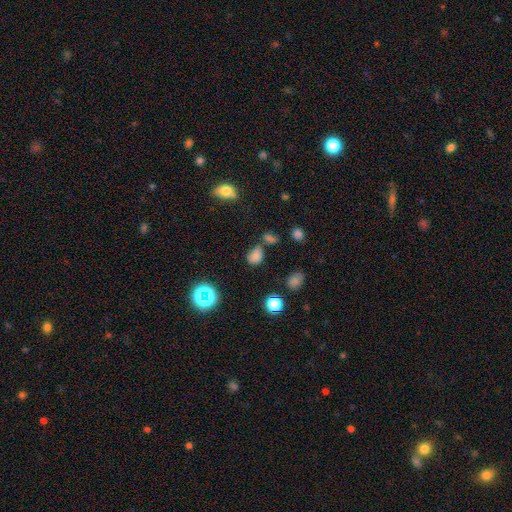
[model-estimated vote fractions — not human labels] The model was most divided on "how rounded": in between: 67%, round: 31%, cigar-shaped: 2%. More confident: smooth or featured — smooth (70%); merging — none (60%).